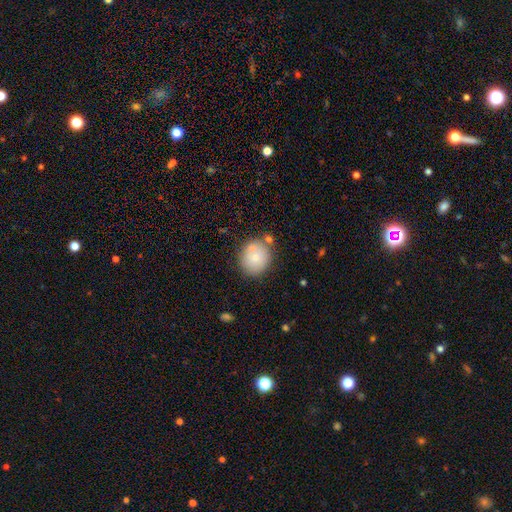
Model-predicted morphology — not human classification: This appears to be a smooth galaxy with no disk features (74%) that is round (80%). Merging: none (71%).